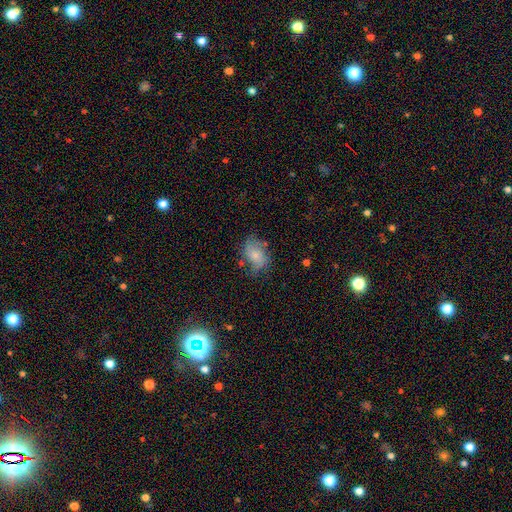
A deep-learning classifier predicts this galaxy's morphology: This appears to be a smooth galaxy with no disk features (53%) that is in between round and cigar-shaped (78%). Merging: none (51%).